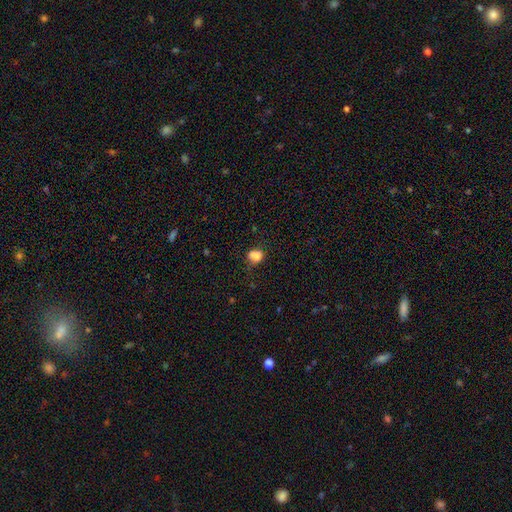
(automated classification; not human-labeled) This appears to be a smooth galaxy with no disk features (79%) that is round (53%). Merging: none (47%).